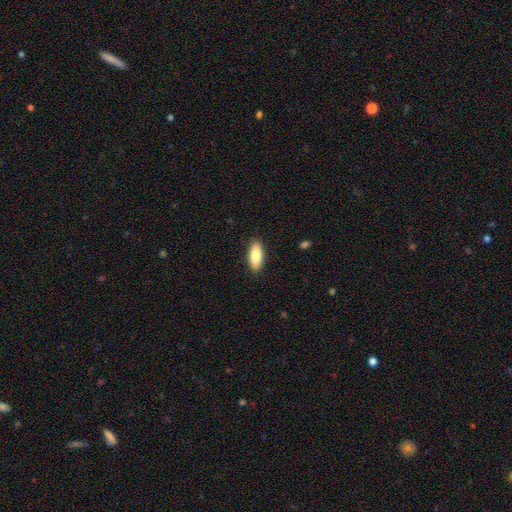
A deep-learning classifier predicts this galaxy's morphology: The model was most divided on "how rounded": in between: 80%, cigar-shaped: 18%, round: 2%. More confident: merging — none (90%); smooth or featured — smooth (82%).